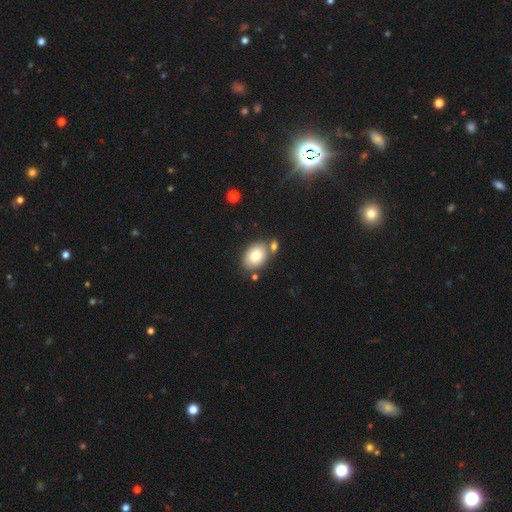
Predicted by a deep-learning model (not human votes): This is likely a smooth galaxy (78%). How rounded: likely in between (77%). Merging: likely none (66%).